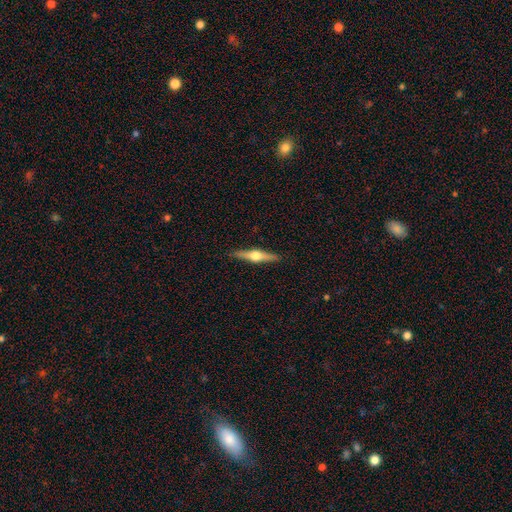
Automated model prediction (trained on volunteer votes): A featured or disk galaxy (70%) viewed edge-on (97%) with a rounded central bulge (95%).

Vote fractions:
- Smooth or featured? featured or disk: 70% / smooth: 25% / star or artifact: 6%
- Edge-on disk? yes: 97% / no: 3%
- Edge-on bulge? rounded: 95% / boxy: 3% / none: 2%
- Merging? none: 91% / minor disturbance: 7% / major disturbance: 1% / merger: 1%